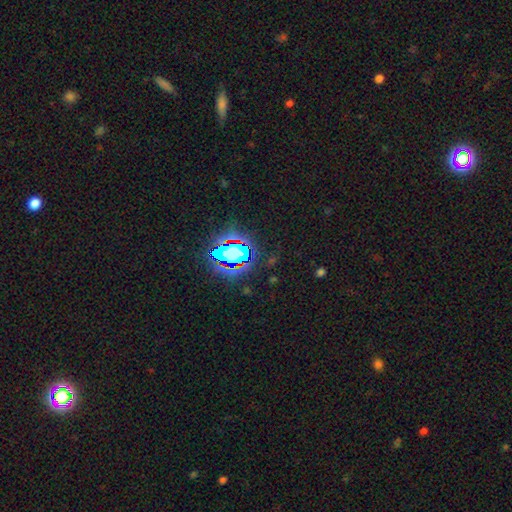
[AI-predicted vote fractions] This appears to be a star or artifact, not a galaxy (79%).